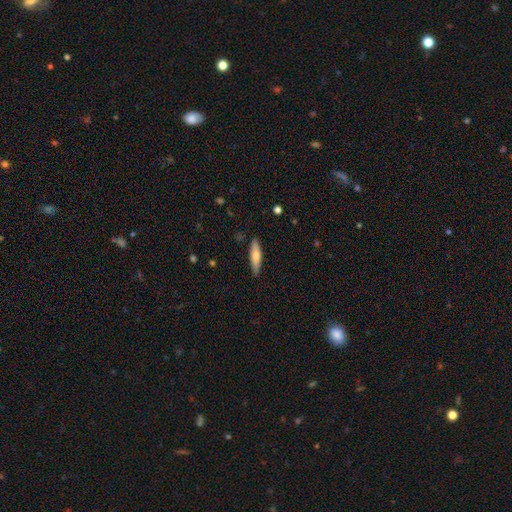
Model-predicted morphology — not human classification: smooth-or-featured: smooth: 67% | featured or disk: 27% | star or artifact: 6%
  how-rounded: cigar-shaped: 76% | in between: 22% | round: 2%
  merging: none: 87% | minor disturbance: 10% | major disturbance: 2% | merger: 1%